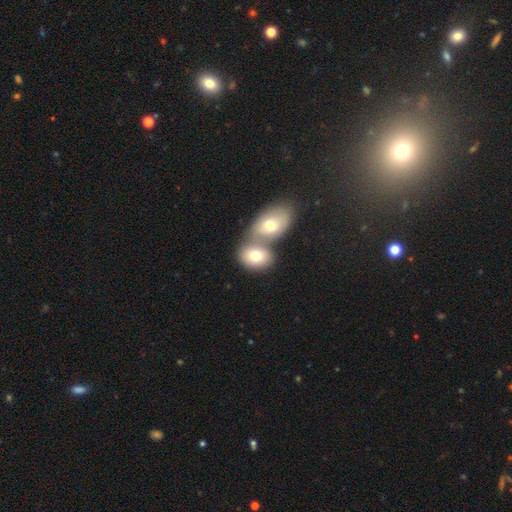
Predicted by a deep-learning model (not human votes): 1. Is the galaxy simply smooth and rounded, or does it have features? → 70% smooth, 22% featured or disk, 8% star or artifact.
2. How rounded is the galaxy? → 66% in between, 33% round, 1% cigar-shaped.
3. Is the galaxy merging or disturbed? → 61% merger, 29% none, 7% minor disturbance, 3% major disturbance.